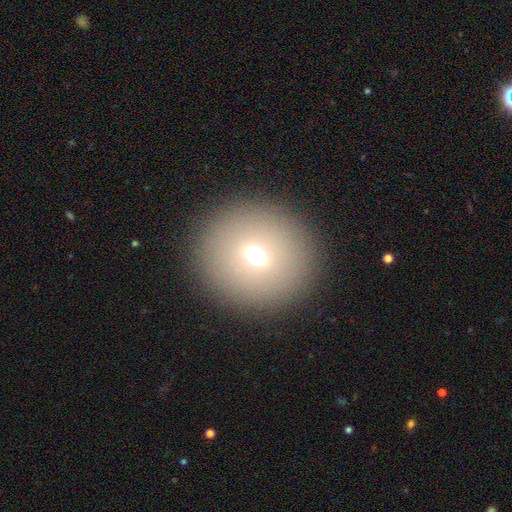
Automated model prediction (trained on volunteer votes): Morphology: type=smooth (64%); roundness=round (90%); merging=none (89%).